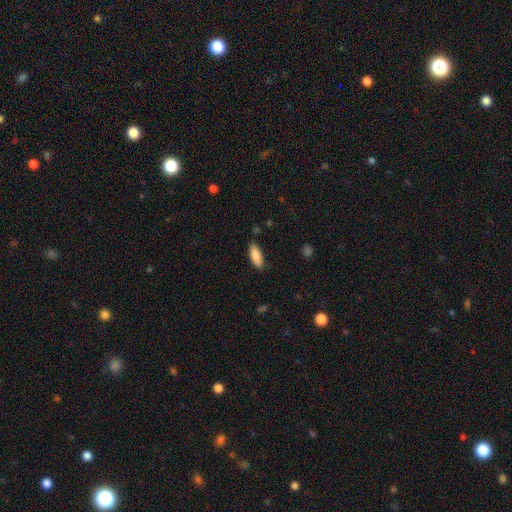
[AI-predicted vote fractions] The model was most divided on "how rounded": in between: 72%, cigar-shaped: 26%, round: 2%. More confident: smooth or featured — smooth (86%); merging — none (84%).